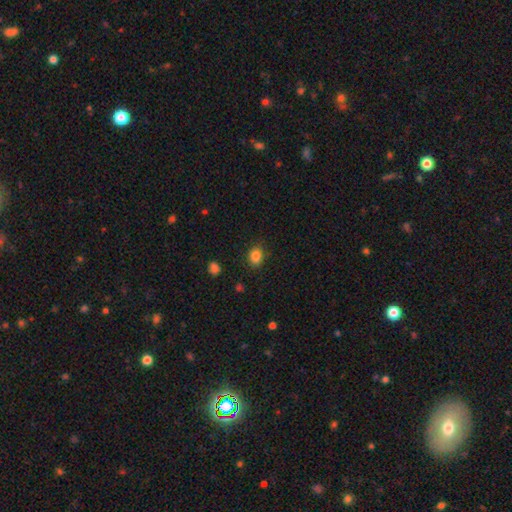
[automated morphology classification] A smooth galaxy with no disk features (85%) that is in between round and cigar-shaped (63%). Merging: none (84%).